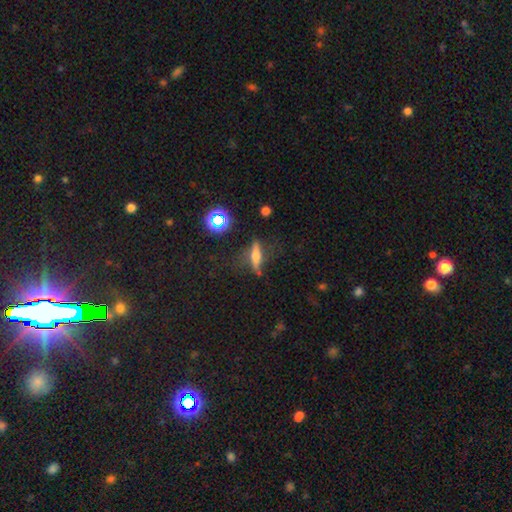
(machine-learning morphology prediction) A featured or disk galaxy (51%) viewed edge-on (85%).

Vote fractions:
- Smooth or featured? featured or disk: 51% / smooth: 33% / star or artifact: 16%
- Edge-on disk? yes: 85% / no: 15%
- Merging? none: 68% / minor disturbance: 19% / major disturbance: 9% / merger: 3%